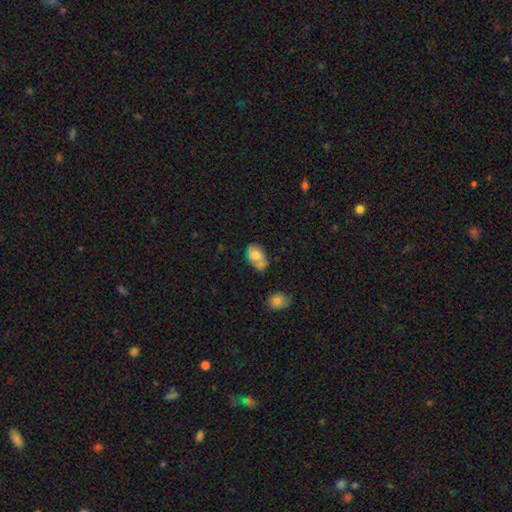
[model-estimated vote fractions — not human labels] A smooth galaxy with no disk features (66%) that is in between round and cigar-shaped (85%).

Vote fractions:
- Smooth or featured? smooth: 66% / featured or disk: 26% / star or artifact: 9%
- How rounded? in between: 85% / round: 14% / cigar-shaped: 2%
- Merging? none: 43% / minor disturbance: 30% / merger: 17% / major disturbance: 10%